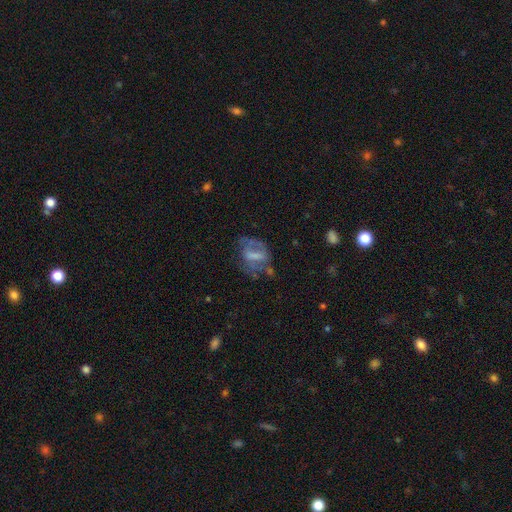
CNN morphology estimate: smooth-or-featured: featured or disk: 56% | smooth: 32% | star or artifact: 13%
  disk-edge-on: no: 93% | yes: 7%
    bar: weak: 38% | strong: 35% | no: 28%
    has-spiral-arms: no: 59% | yes: 41%
    bulge-size: none: 38% | moderate: 27% | small: 26% | large: 7% | dominant: 1%
  merging: none: 49% | major disturbance: 24% | minor disturbance: 23% | merger: 4%